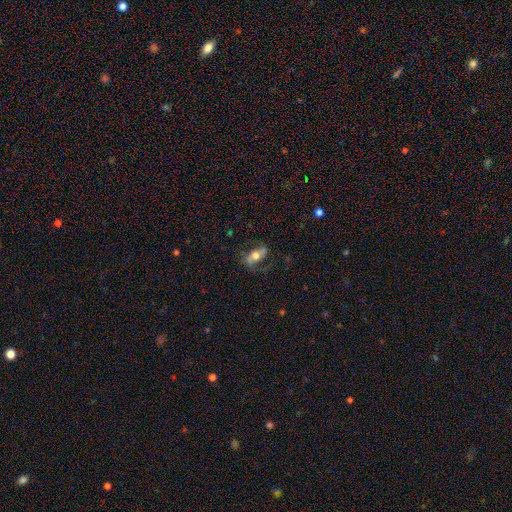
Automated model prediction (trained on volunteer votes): This is possibly a featured or disk galaxy (51%). It is clearly not viewed edge-on (83%). Merging: likely none (63%).